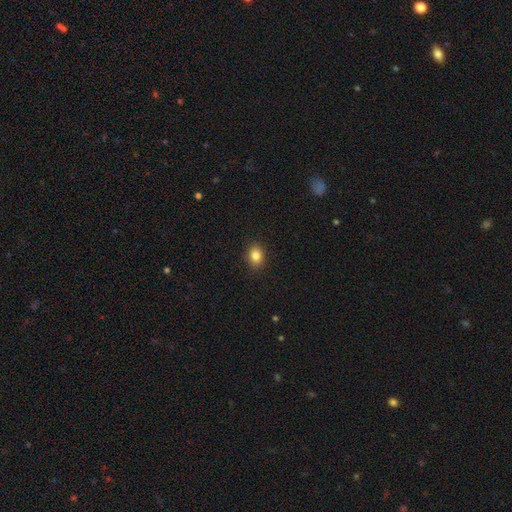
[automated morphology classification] A smooth galaxy with no disk features (84%) that is in between round and cigar-shaped (55%).

Vote fractions:
- Smooth or featured? smooth: 84% / star or artifact: 10% / featured or disk: 6%
- How rounded? in between: 55% / round: 44% / cigar-shaped: 1%
- Merging? none: 89% / minor disturbance: 8% / major disturbance: 2% / merger: 1%